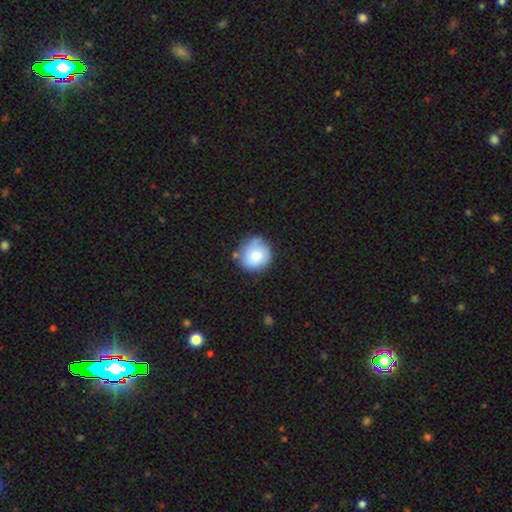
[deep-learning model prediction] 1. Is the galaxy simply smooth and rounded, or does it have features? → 78% smooth, 15% featured or disk, 8% star or artifact.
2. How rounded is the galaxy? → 88% round, 11% in between, 1% cigar-shaped.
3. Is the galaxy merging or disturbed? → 67% none, 23% minor disturbance, 6% merger, 5% major disturbance.